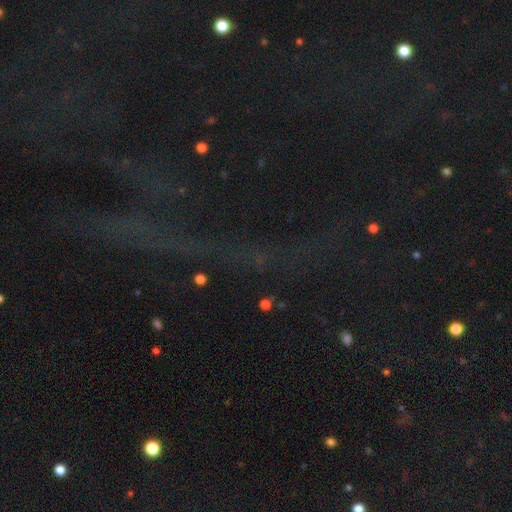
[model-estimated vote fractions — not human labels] star or artifact 75%, smooth 13%, featured or disk 12%.